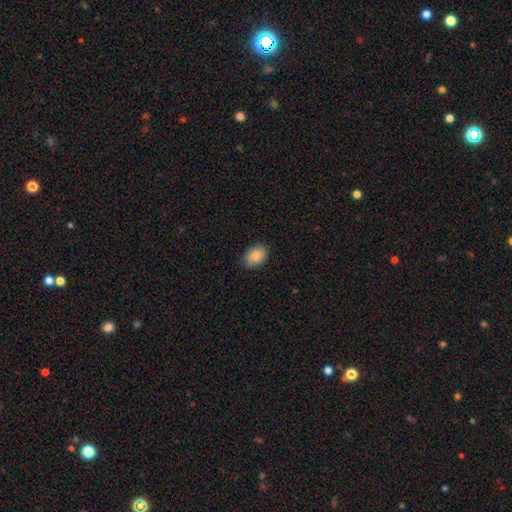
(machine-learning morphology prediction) type=smooth (86%); roundness=in between (78%); merging=none (82%).